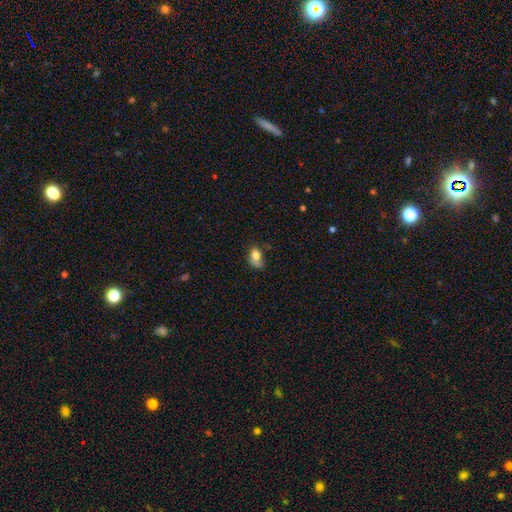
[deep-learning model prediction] Smooth or featured? smooth (77%)
How rounded? in between (82%)
Merging? minor disturbance (38%)